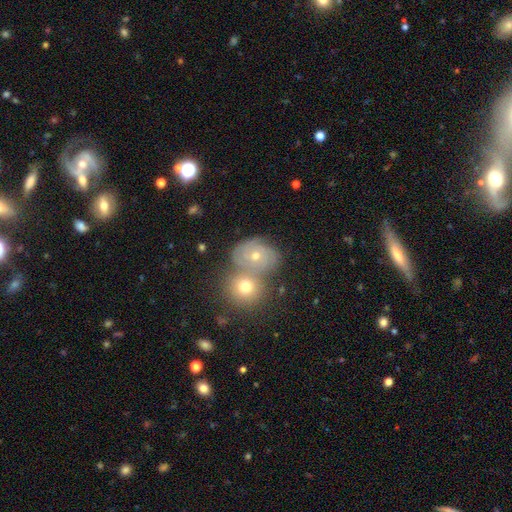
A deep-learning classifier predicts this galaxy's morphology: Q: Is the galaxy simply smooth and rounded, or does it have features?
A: featured or disk — 58%.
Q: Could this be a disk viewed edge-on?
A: no — 96%.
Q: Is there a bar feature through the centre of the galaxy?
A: no — 81%.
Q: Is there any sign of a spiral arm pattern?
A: yes — 81%.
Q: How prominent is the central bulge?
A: small — 52%.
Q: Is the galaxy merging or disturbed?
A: none — 47%.